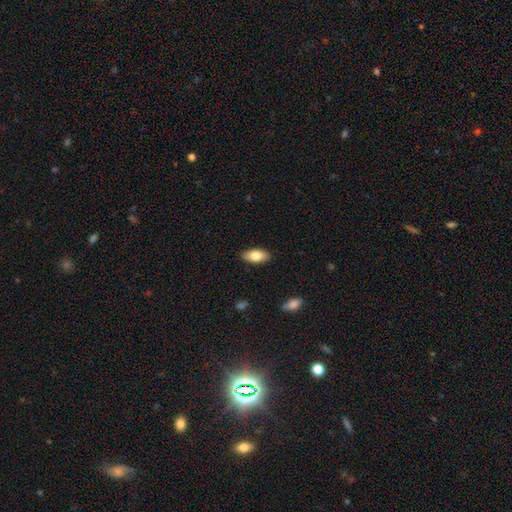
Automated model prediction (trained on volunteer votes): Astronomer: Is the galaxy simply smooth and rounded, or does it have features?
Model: smooth — 79%.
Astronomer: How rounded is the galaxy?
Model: in between — 90%.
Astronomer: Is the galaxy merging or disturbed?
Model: none — 88%.